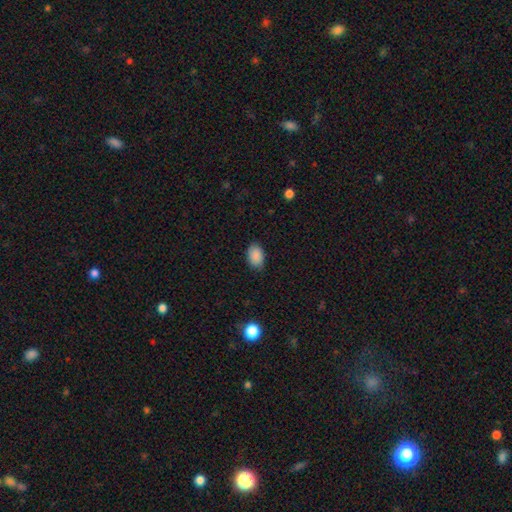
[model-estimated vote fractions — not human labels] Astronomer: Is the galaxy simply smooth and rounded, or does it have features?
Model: smooth — 89%.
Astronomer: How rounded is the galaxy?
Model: in between — 88%.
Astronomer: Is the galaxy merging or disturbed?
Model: none — 83%.